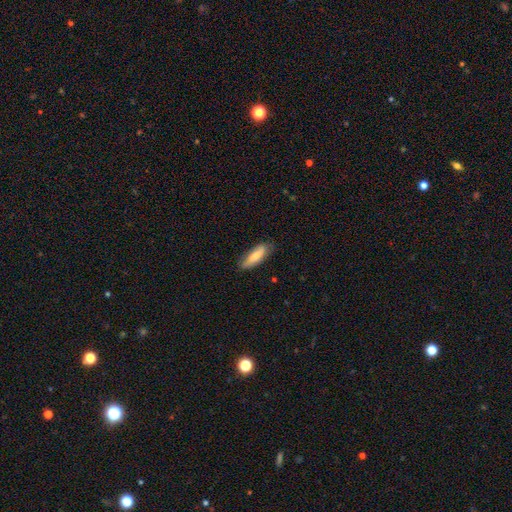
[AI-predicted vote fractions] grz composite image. It shows a smooth galaxy with no disk features (74%) that is in between round and cigar-shaped (55%). Merging: none (77%).